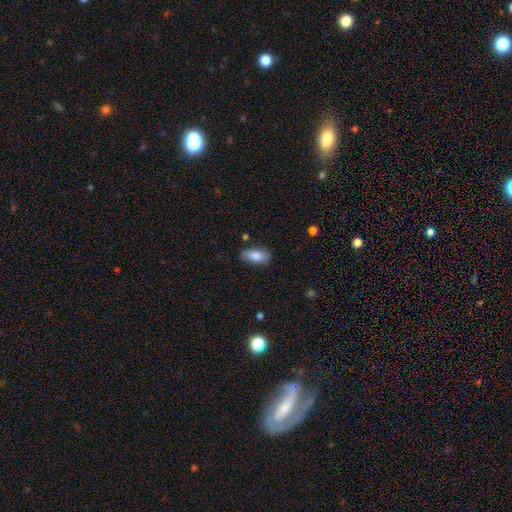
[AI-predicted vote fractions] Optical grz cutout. It shows a smooth galaxy with no disk features (81%) that is in between round and cigar-shaped (91%). Merging: none (79%).